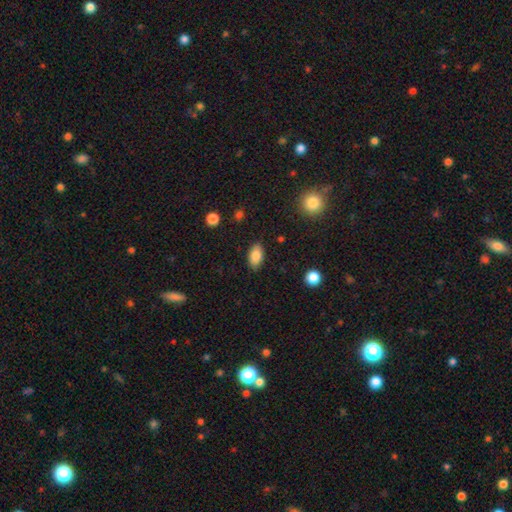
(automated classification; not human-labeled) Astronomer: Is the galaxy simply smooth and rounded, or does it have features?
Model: smooth — 85%.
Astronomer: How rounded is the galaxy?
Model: in between — 92%.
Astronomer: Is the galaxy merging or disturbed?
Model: none — 86%.